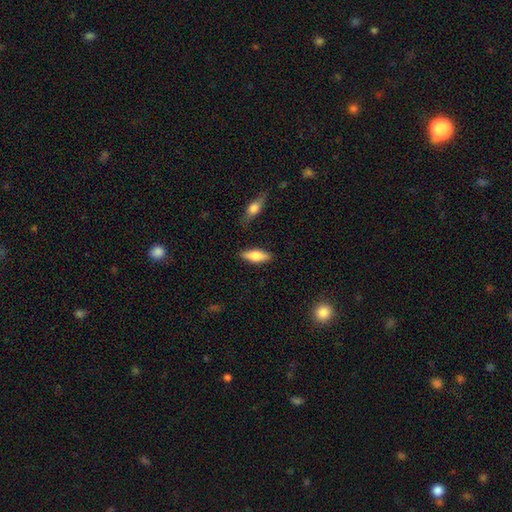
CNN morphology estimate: type=smooth (68%); roundness=in between (60%); merging=none (85%).